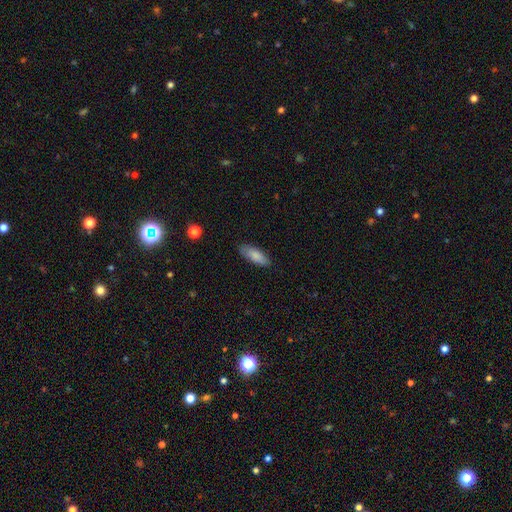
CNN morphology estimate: This appears to be a smooth galaxy with no disk features (84%) that is in between round and cigar-shaped (66%). Merging: none (85%).